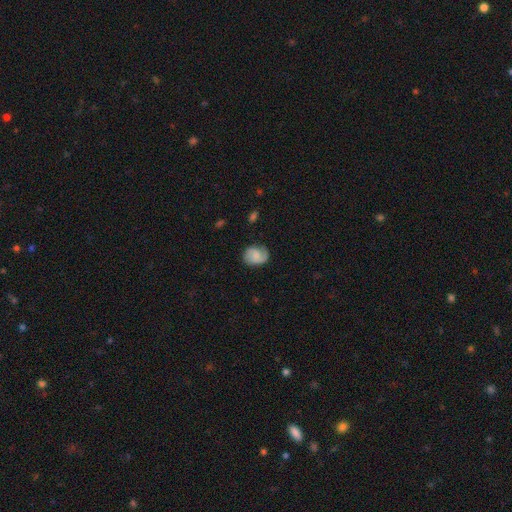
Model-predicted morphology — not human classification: featured or disk 48%, smooth 44%, star or artifact 8%. Down the decision tree: merging — none (72%).